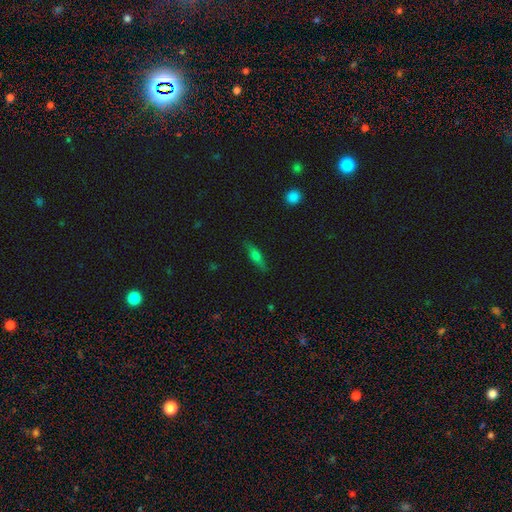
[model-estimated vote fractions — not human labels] Q: Smooth or featured?
A: smooth (50%); runner-up: featured or disk (41%)
Q: How rounded?
A: cigar-shaped (64%); runner-up: in between (33%)
Q: Merging?
A: none (85%); runner-up: minor disturbance (12%)